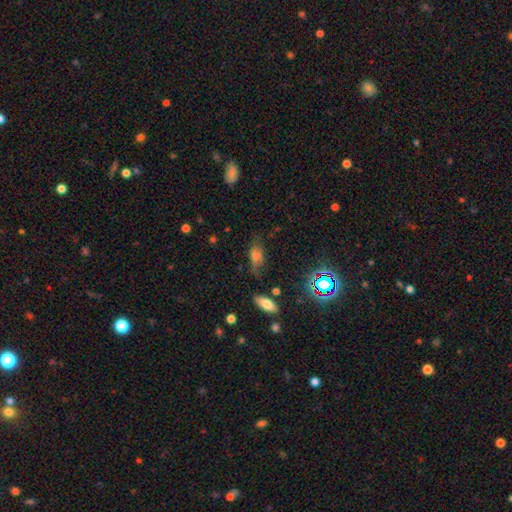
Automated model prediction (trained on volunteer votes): This appears to be a smooth galaxy with no disk features (55%) that is in between round and cigar-shaped (75%). Merging: none (56%).